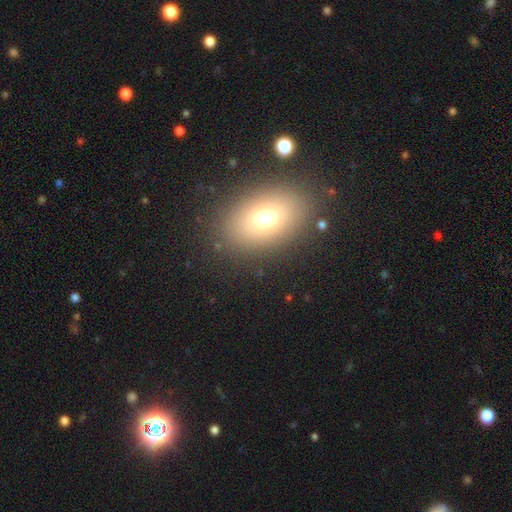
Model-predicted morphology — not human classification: A smooth galaxy with no disk features (65%) that is in between round and cigar-shaped (81%). Merging: none (87%).